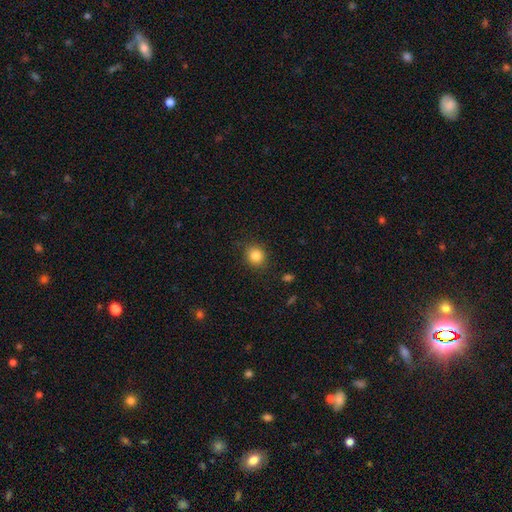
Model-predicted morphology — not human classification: The model was most divided on "how rounded": round: 84%, in between: 15%, cigar-shaped: 1%. More confident: merging — none (88%); smooth or featured — smooth (84%).